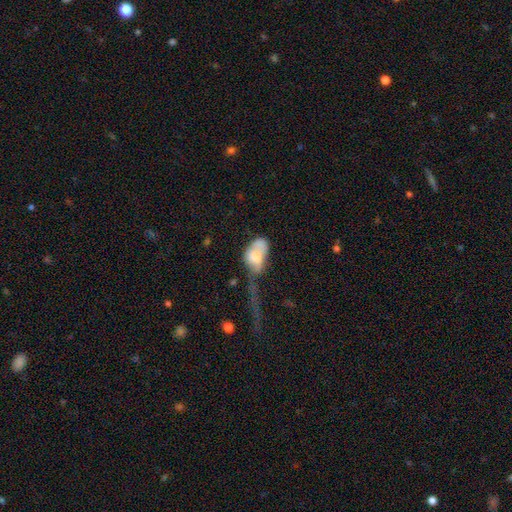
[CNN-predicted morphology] A smooth galaxy with no disk features (64%) that is in between round and cigar-shaped (88%).

Vote fractions:
- Smooth or featured? smooth: 64% / featured or disk: 28% / star or artifact: 8%
- How rounded? in between: 88% / round: 10% / cigar-shaped: 2%
- Merging? major disturbance: 49% / merger: 21% / minor disturbance: 17% / none: 13%